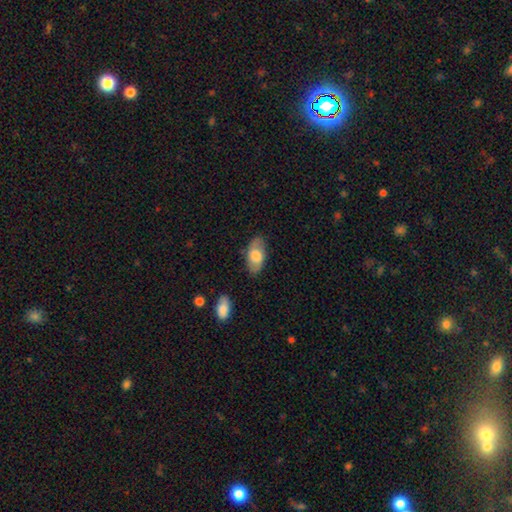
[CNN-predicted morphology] Smooth or featured? smooth (70%)
How rounded? in between (93%)
Merging? none (82%)